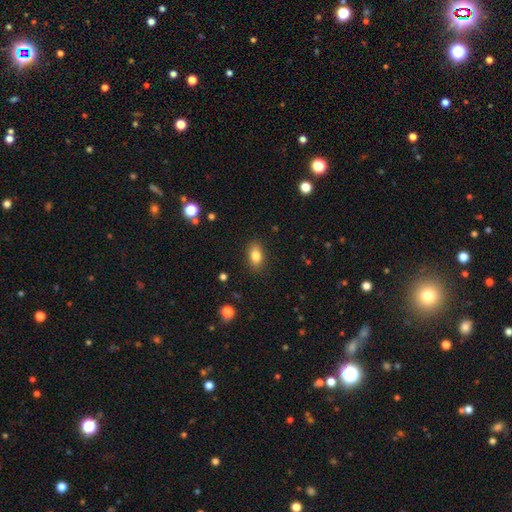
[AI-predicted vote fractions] smooth_or_featured: smooth (p=0.83) [alt: star or artifact p=0.09]
how_rounded: in between (p=0.87) [alt: round p=0.10]
merging: none (p=0.87) [alt: minor disturbance p=0.10]